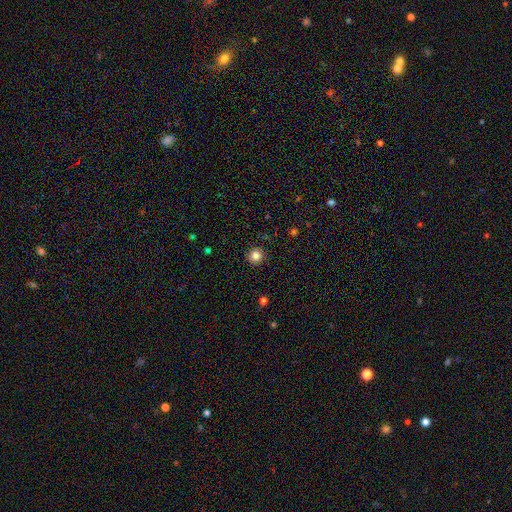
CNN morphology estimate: A smooth galaxy with no disk features (84%) that is round (94%). Merging: none (92%).